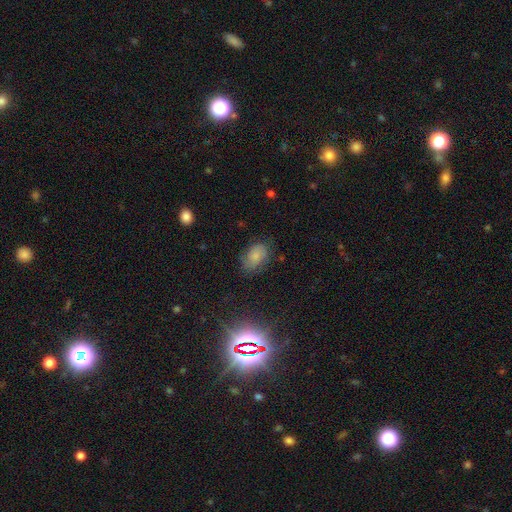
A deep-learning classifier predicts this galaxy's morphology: The model was most divided on "merging": none: 67%, minor disturbance: 23%, major disturbance: 8%, merger: 2%. More confident: how rounded — in between (86%); smooth or featured — smooth (68%).